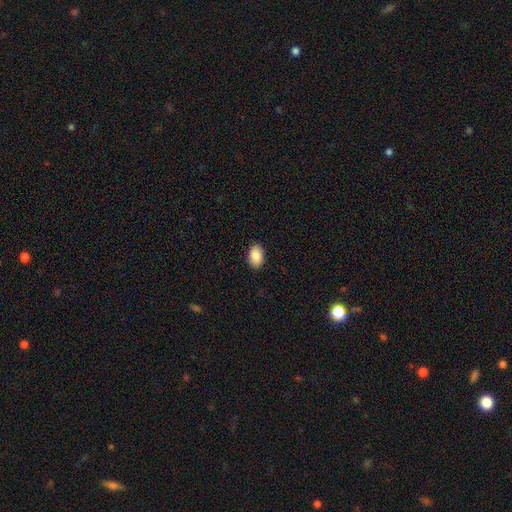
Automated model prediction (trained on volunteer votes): This appears to be a smooth galaxy with no disk features (88%) that is in between round and cigar-shaped (90%). Merging: none (90%).